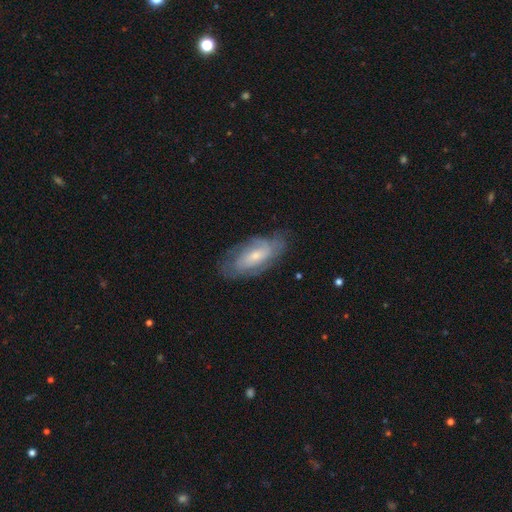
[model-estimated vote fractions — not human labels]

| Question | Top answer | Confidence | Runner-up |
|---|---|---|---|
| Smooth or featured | featured or disk | 65% | smooth (28%) |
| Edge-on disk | no | 90% | yes (10%) |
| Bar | no | 59% | weak (33%) |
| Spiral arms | yes | 83% | no (17%) |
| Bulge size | small | 54% | moderate (39%) |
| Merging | none | 71% | minor disturbance (21%) |